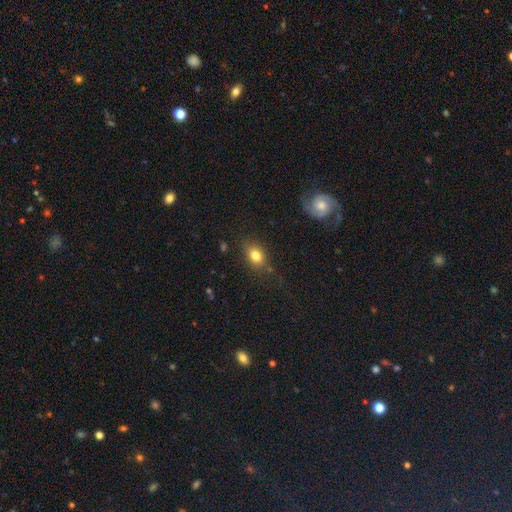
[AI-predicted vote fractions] Smooth or featured?
  - smooth: 80% *
  - star or artifact: 10%
  - featured or disk: 10%
How rounded?
  - in between: 69% *
  - round: 29%
  - cigar-shaped: 2%
Merging?
  - none: 77% *
  - minor disturbance: 15%
  - major disturbance: 5%
  - merger: 2%